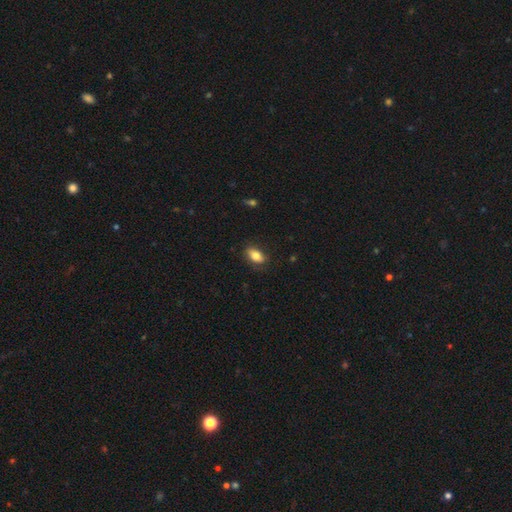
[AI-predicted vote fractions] Smooth or featured? smooth (79%)
How rounded? in between (88%)
Merging? none (81%)